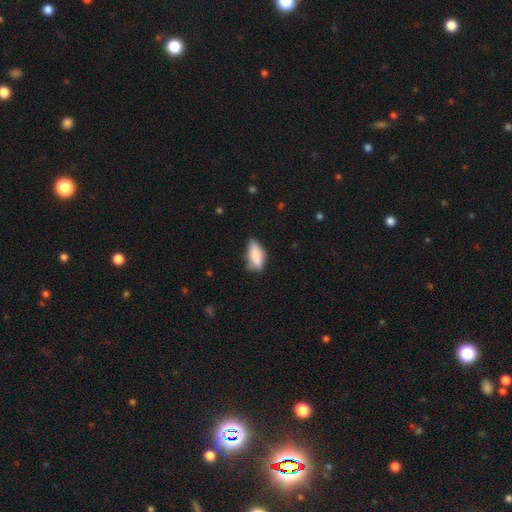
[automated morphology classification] This is likely a smooth galaxy (79%). How rounded: likely in between (78%). Merging: possibly none (55%).